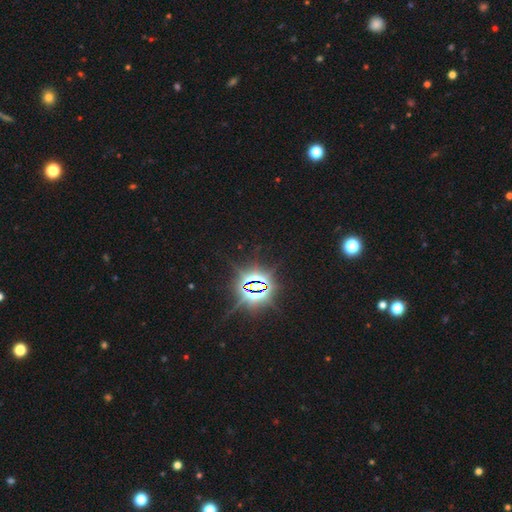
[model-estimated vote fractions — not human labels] Smooth or featured: star or artifact — 83% (smooth — 10%)